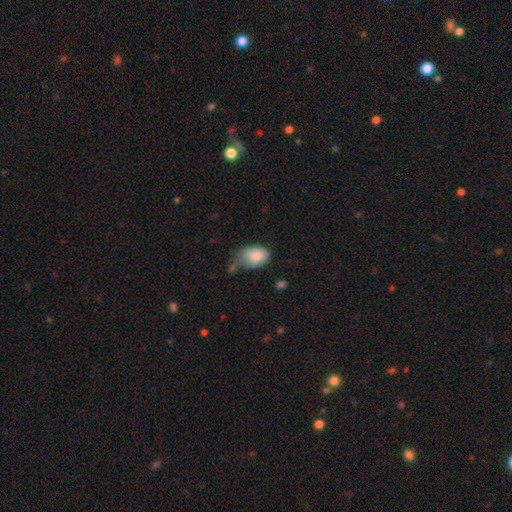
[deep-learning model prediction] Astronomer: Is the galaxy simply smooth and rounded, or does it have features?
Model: smooth — 83%.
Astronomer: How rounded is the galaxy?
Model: in between — 87%.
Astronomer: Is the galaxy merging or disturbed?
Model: minor disturbance — 39% (runner-up: none, 35%).